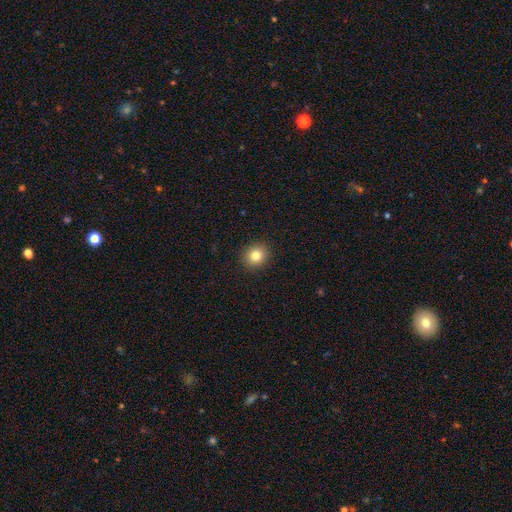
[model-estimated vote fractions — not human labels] Smooth or featured? smooth (82%)
How rounded? round (80%)
Merging? none (91%)